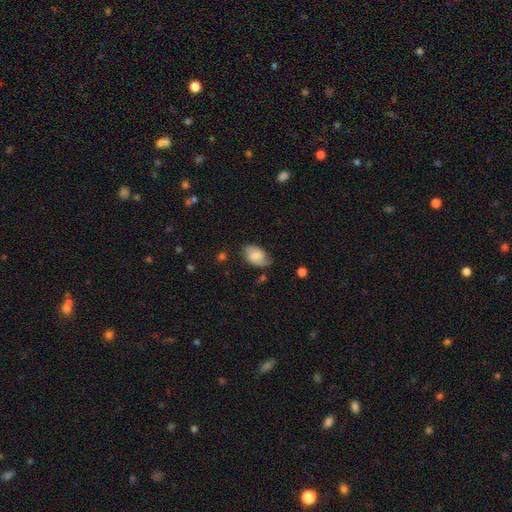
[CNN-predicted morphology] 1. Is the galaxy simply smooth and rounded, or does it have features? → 75% smooth, 18% featured or disk, 7% star or artifact.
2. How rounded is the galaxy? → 90% in between, 9% round, 1% cigar-shaped.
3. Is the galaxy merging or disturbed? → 60% none, 31% minor disturbance, 8% major disturbance, 2% merger.